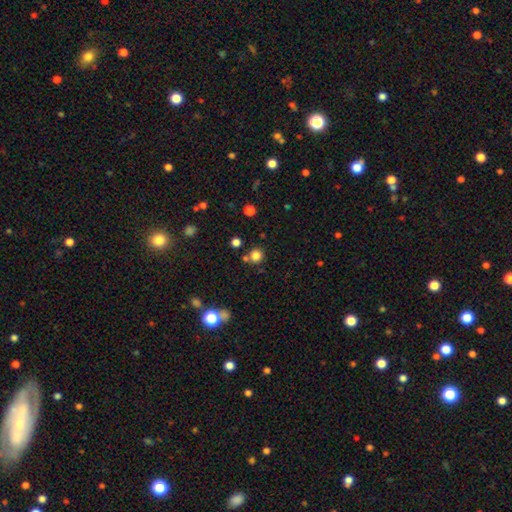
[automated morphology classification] Smooth or featured? Predicted: smooth (p=0.79). How rounded? Predicted: round (p=0.91). Merging? Predicted: none (p=0.75).